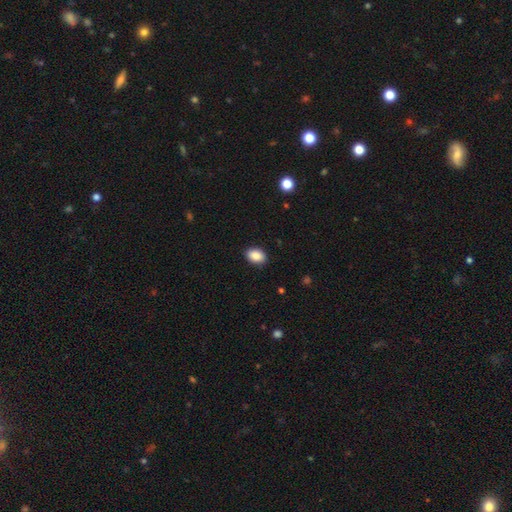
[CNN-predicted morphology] A smooth galaxy with no disk features (89%) that is in between round and cigar-shaped (83%).

Vote fractions:
- Smooth or featured? smooth: 89% / star or artifact: 8% / featured or disk: 4%
- How rounded? in between: 83% / round: 15% / cigar-shaped: 1%
- Merging? none: 89% / minor disturbance: 8% / major disturbance: 2% / merger: 1%